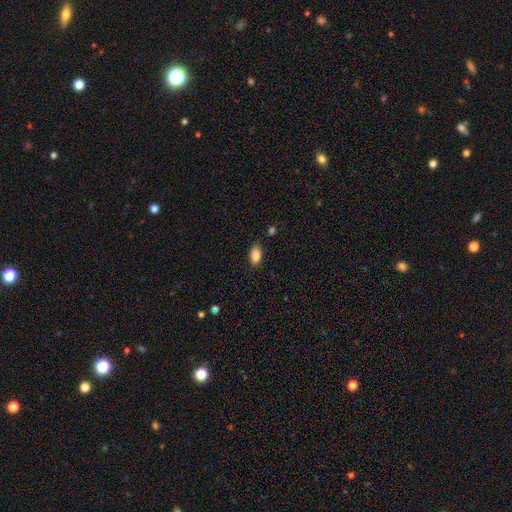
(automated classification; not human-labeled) Smooth or featured? smooth (87%)
How rounded? in between (91%)
Merging? none (84%)